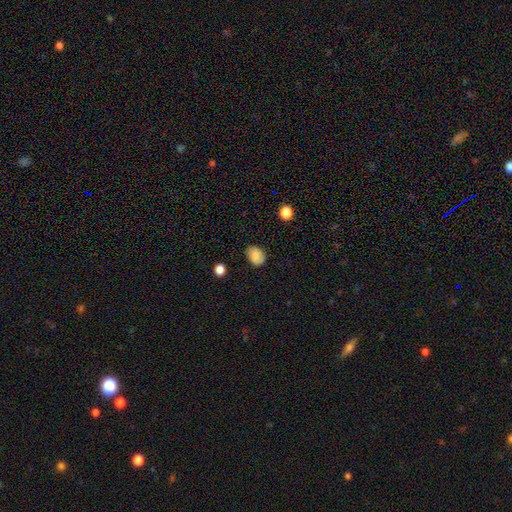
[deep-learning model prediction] Smooth or featured? smooth (84%)
How rounded? in between (60%)
Merging? none (80%)